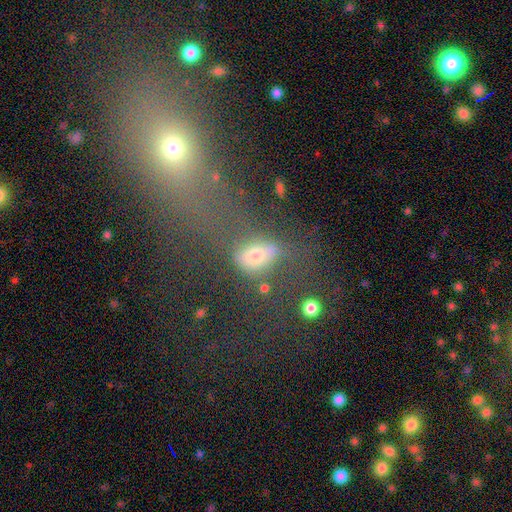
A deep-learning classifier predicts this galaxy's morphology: smooth-or-featured: smooth: 55% | featured or disk: 24% | star or artifact: 21%
  how-rounded: in between: 71% | round: 24% | cigar-shaped: 5%
  merging: merger: 37% | major disturbance: 27% | none: 23% | minor disturbance: 13%